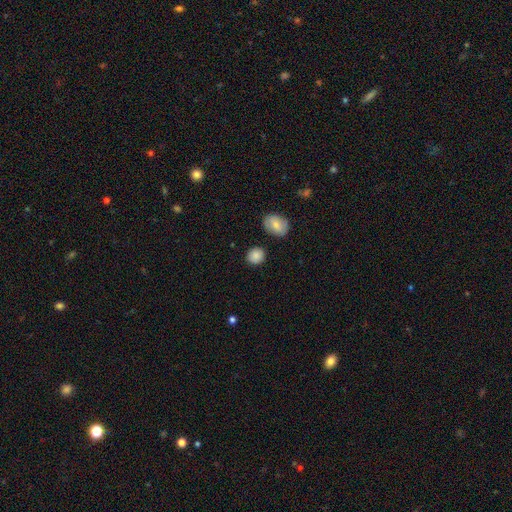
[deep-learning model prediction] Overall: smooth (87%). How rounded: round (81%). Merging: none (87%).